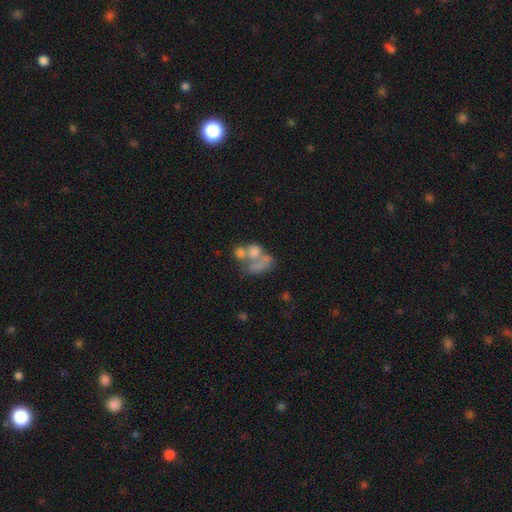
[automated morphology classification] A smooth galaxy with no disk features (50%) that is in between round and cigar-shaped (62%). Merging: merger (56%).